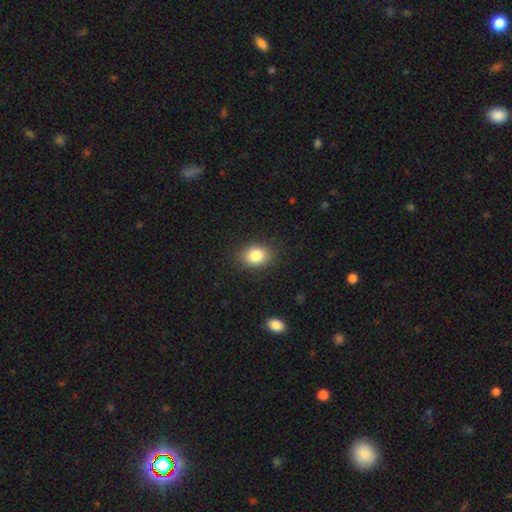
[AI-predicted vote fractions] Smooth or featured? Predicted: smooth (p=0.84). How rounded? Predicted: in between (p=0.64). Merging? Predicted: none (p=0.87).